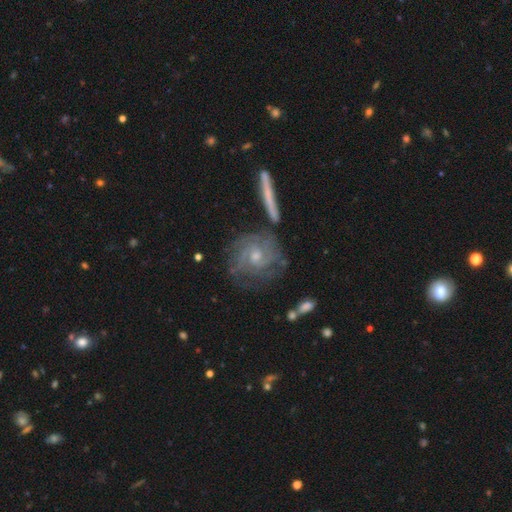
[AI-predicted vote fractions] Smooth or featured: featured or disk — 83% (smooth — 11%)
Edge-on disk: no — 95% (yes — 5%)
Bar: no — 61% (weak — 32%)
Spiral arms: yes — 94% (no — 6%)
Spiral winding: tight — 60% (medium — 33%)
Spiral arm count: 2 — 32% (can't tell — 31%)
Bulge size: moderate — 53% (small — 39%)
Merging: none — 68% (minor disturbance — 17%)